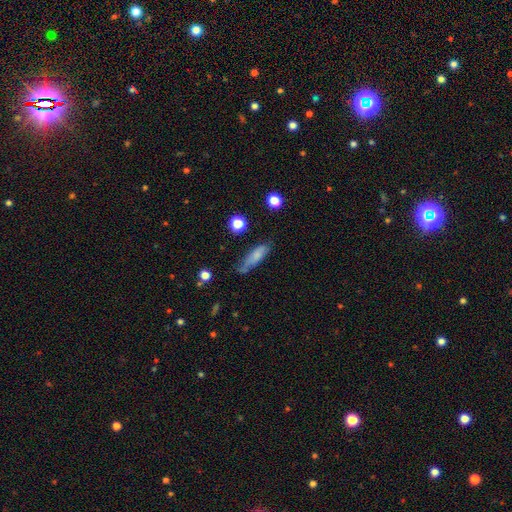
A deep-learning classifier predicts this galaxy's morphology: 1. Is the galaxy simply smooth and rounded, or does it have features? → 70% smooth, 21% featured or disk, 9% star or artifact.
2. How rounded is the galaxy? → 56% cigar-shaped, 40% in between, 3% round.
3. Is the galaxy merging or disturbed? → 55% none, 30% minor disturbance, 10% major disturbance, 6% merger.